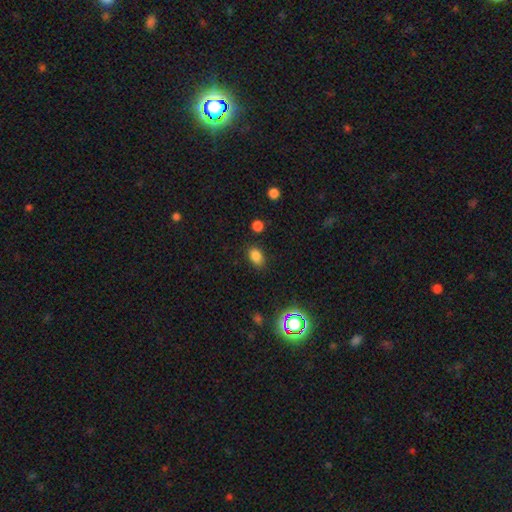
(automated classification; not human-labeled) Morphology: type=smooth (81%); roundness=in between (80%); merging=none (80%).